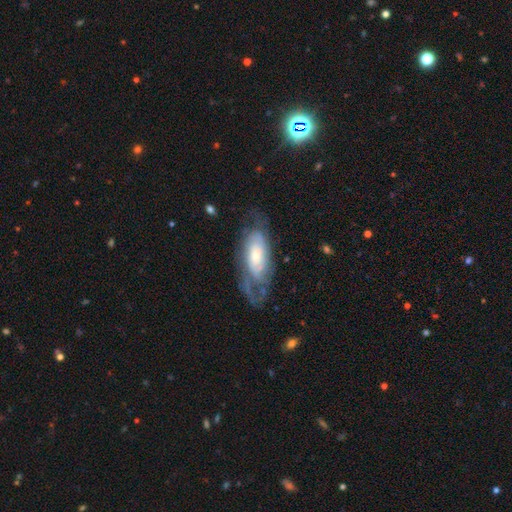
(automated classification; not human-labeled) Morphology: type=featured or disk (72%); edge-on=no (89%); bar=no (66%); spiral arms=yes (85%); winding=tight (49%); arm count=can't tell (41%); bulge=moderate (39%); merging=none (57%).